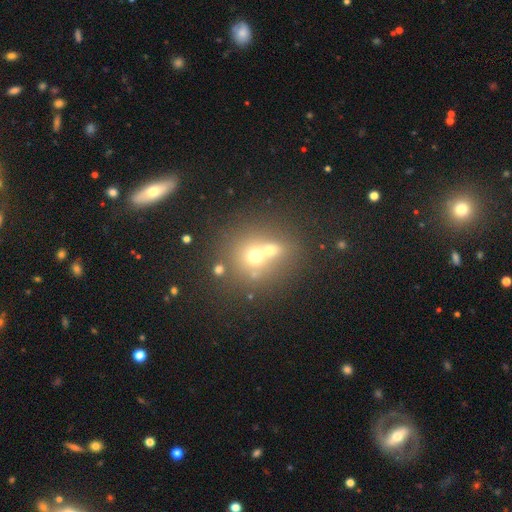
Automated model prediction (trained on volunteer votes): Smooth or featured?
  - smooth: 58% *
  - featured or disk: 24%
  - star or artifact: 18%
How rounded?
  - round: 80% *
  - in between: 19%
  - cigar-shaped: 1%
Merging?
  - merger: 56% *
  - none: 34%
  - minor disturbance: 7%
  - major disturbance: 4%